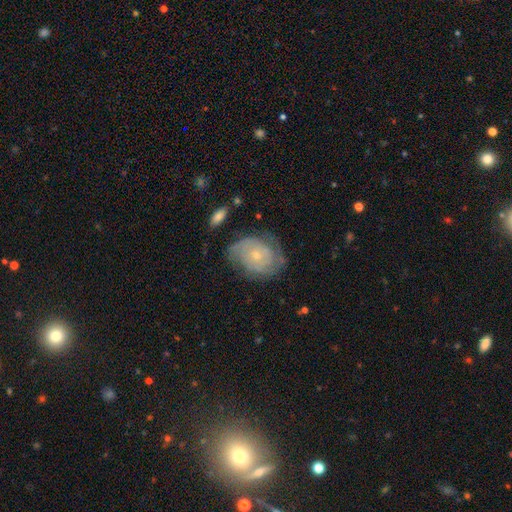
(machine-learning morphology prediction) type=featured or disk (69%); edge-on=no (96%); bar=no (83%); spiral arms=yes (83%); winding=tight (63%); arm count=can't tell (41%); bulge=small (70%); merging=none (64%).